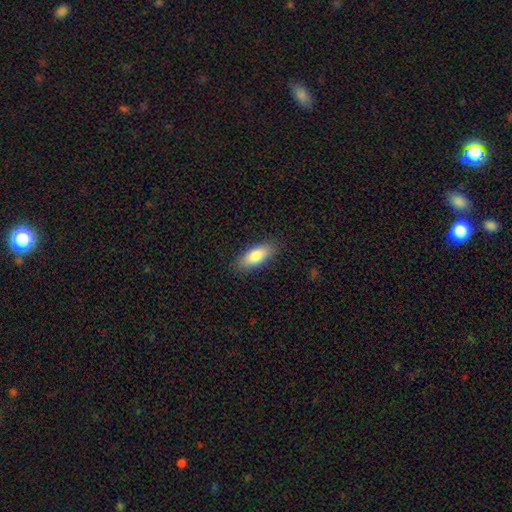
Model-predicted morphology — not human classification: smooth 83%, featured or disk 10%, star or artifact 6%. Down the decision tree: how rounded — in between (79%); merging — none (87%).